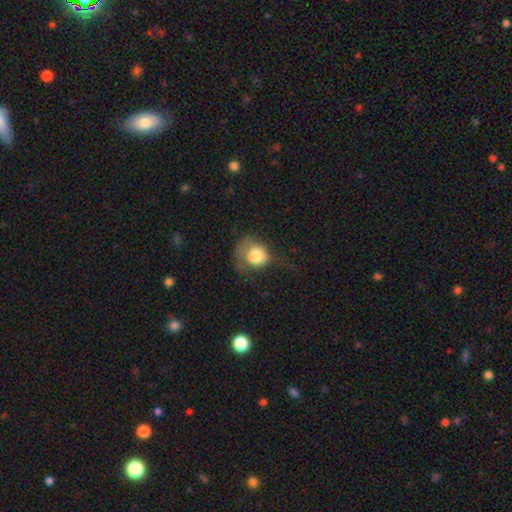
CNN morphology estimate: Smooth or featured: smooth — 75% (featured or disk — 17%)
How rounded: round — 75% (in between — 24%)
Merging: major disturbance — 38% (none — 32%)